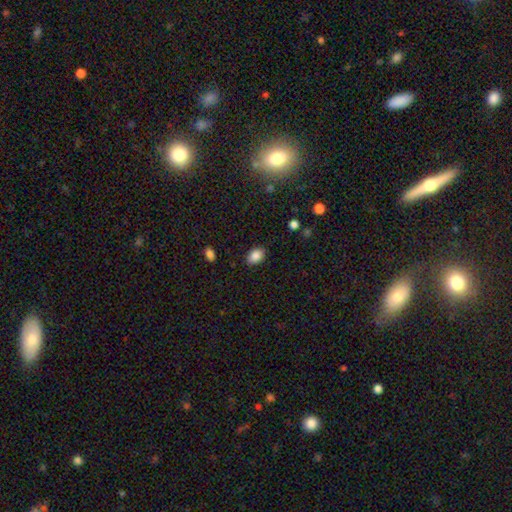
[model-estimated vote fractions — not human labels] Smooth or featured? smooth (86%)
How rounded? in between (83%)
Merging? none (85%)